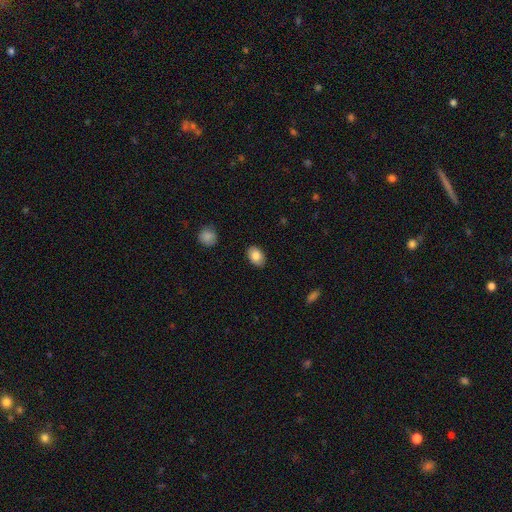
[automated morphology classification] type=smooth (83%); roundness=in between (82%); merging=none (88%).